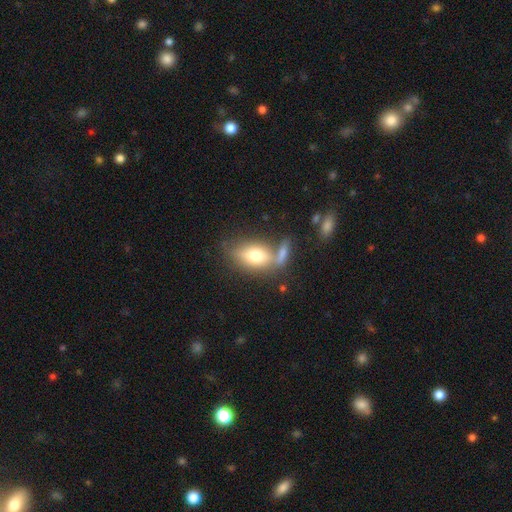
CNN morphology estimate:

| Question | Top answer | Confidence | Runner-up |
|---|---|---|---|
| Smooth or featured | smooth | 69% | featured or disk (23%) |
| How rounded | in between | 84% | round (8%) |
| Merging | none | 48% | merger (30%) |